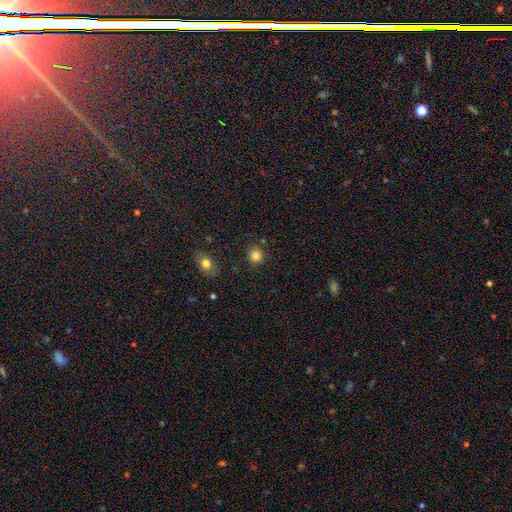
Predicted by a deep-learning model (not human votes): Smooth or featured? Predicted: smooth (p=0.84). How rounded? Predicted: round (p=0.87). Merging? Predicted: none (p=0.86).